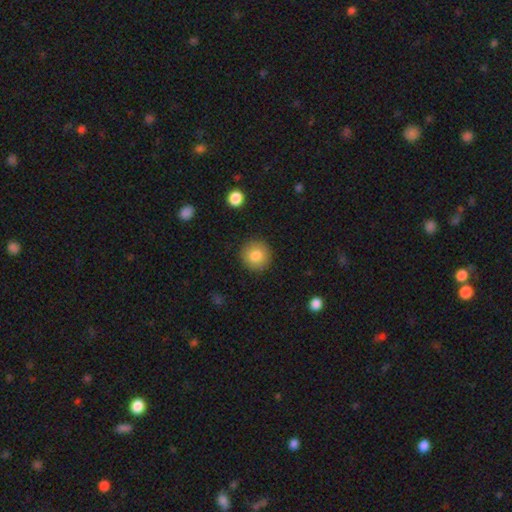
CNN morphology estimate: Smooth or featured? smooth (83%)
How rounded? round (93%)
Merging? none (90%)